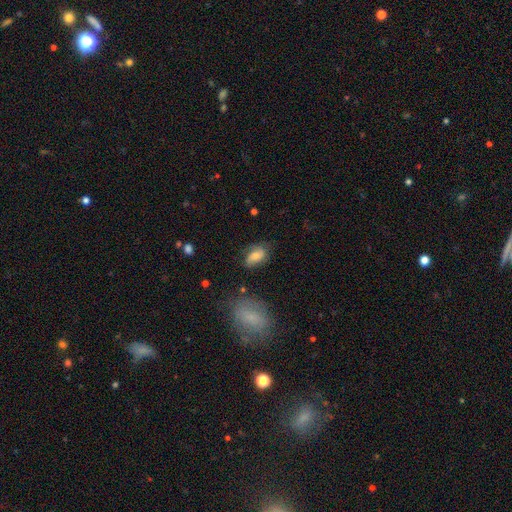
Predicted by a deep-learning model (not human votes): Morphology: type=smooth (64%); roundness=in between (88%); merging=none (62%).